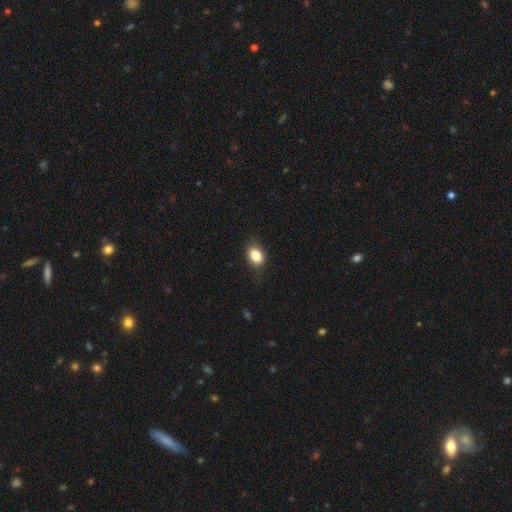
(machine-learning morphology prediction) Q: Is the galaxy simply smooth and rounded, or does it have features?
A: smooth — 84%.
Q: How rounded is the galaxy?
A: in between — 68%.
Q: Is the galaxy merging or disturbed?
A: none — 79%.